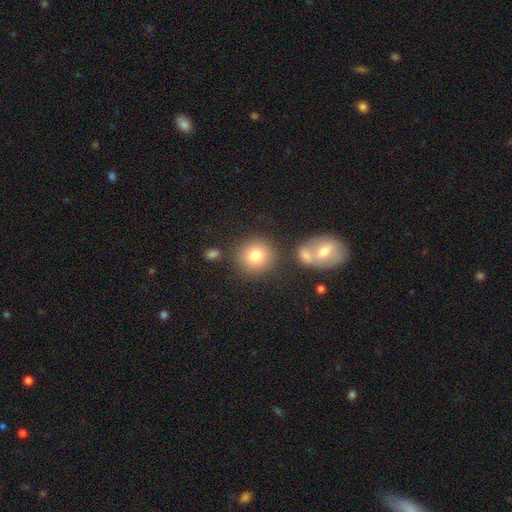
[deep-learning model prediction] Morphology: type=smooth (78%); roundness=round (90%); merging=none (75%).